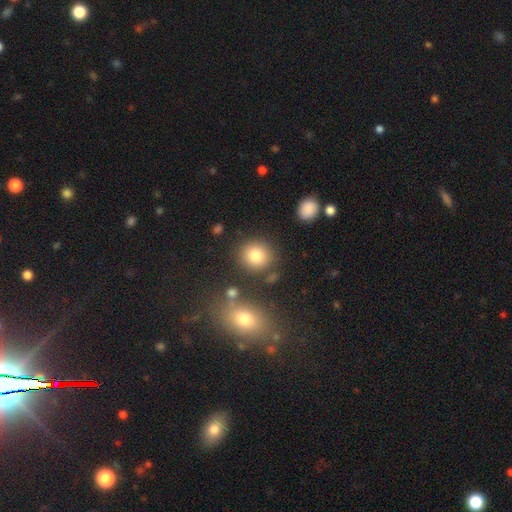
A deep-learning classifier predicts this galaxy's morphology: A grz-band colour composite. It shows a smooth galaxy with no disk features (82%) that is round (84%). Merging: none (81%).